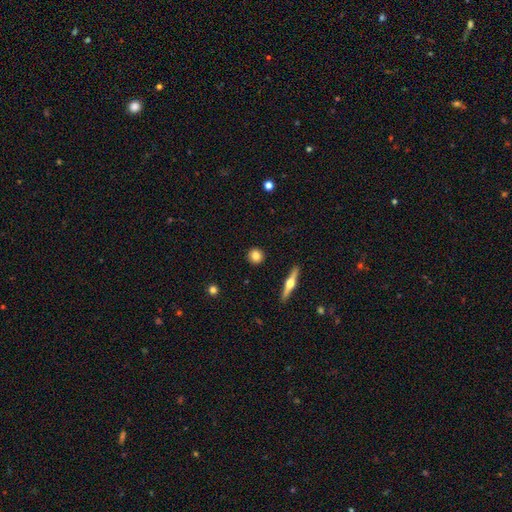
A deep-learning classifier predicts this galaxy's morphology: This appears to be a smooth galaxy with no disk features (80%) that is round (91%). Merging: none (92%).